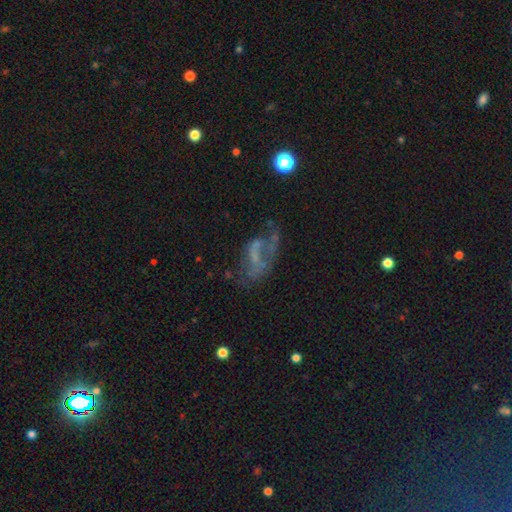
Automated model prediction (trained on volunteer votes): Smooth or featured? Predicted: featured or disk (p=0.55). Edge-on disk? Predicted: no (p=0.95). Bar? Predicted: no (p=0.74). Spiral arms? Predicted: no (p=0.68). Bulge size? Predicted: none (p=0.68). Merging? Predicted: major disturbance (p=0.40).